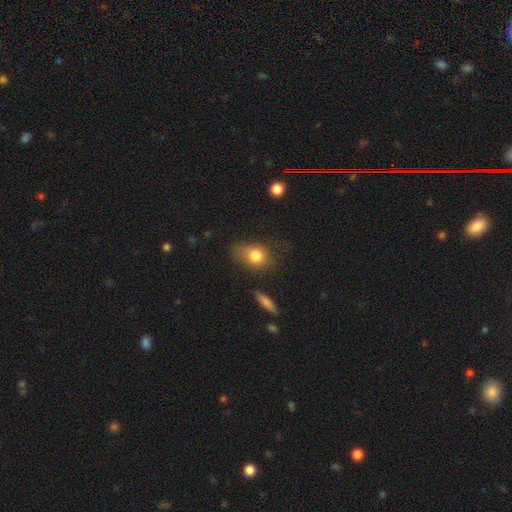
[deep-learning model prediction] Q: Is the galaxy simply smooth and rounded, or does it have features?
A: smooth — 79%.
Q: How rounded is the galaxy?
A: in between — 62%.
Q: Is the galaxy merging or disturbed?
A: none — 51%.